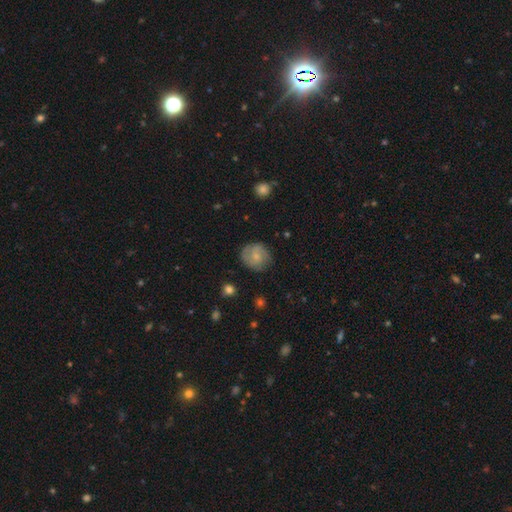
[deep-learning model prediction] Smooth or featured? Predicted: featured or disk (p=0.56). Edge-on disk? Predicted: no (p=0.98). Bar? Predicted: no (p=0.55). Spiral arms? Predicted: yes (p=0.87). Bulge size? Predicted: small (p=0.60). Merging? Predicted: none (p=0.77).